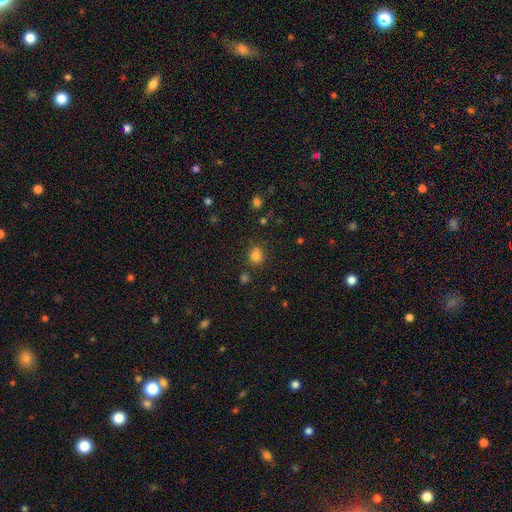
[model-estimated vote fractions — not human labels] Smooth or featured: smooth — 80% (star or artifact — 14%)
How rounded: round — 74% (in between — 25%)
Merging: none — 73% (minor disturbance — 15%)